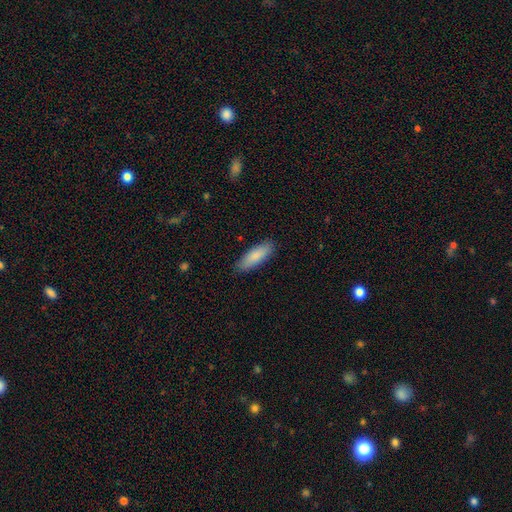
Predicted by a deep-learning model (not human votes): Q: Smooth or featured?
A: smooth (85%); runner-up: featured or disk (10%)
Q: How rounded?
A: in between (56%); runner-up: cigar-shaped (42%)
Q: Merging?
A: none (87%); runner-up: minor disturbance (10%)